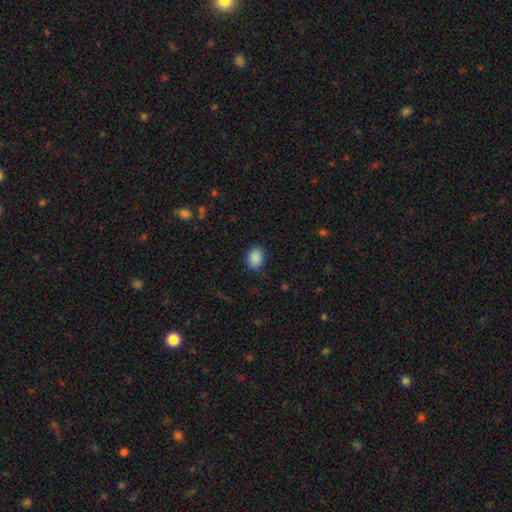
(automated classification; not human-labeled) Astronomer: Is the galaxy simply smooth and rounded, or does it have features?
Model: smooth — 89%.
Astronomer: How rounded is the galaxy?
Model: in between — 63%.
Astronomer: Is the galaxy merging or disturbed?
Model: none — 87%.